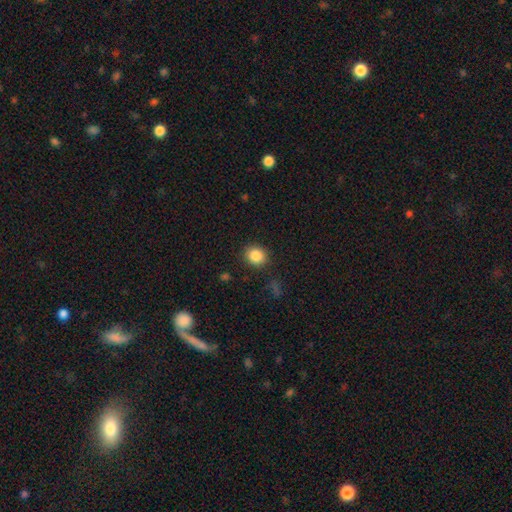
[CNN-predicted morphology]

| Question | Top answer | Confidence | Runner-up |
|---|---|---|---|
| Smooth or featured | smooth | 86% | star or artifact (10%) |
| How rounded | round | 77% | in between (22%) |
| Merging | none | 88% | minor disturbance (8%) |